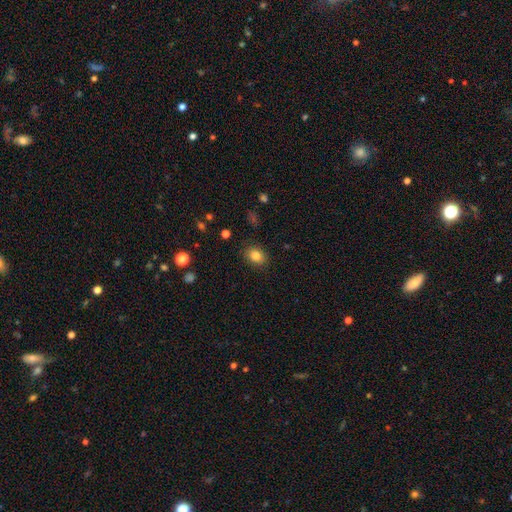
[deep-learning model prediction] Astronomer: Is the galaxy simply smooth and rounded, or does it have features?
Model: smooth — 84%.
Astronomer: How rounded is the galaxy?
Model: in between — 65%.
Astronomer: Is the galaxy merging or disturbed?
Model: none — 86%.